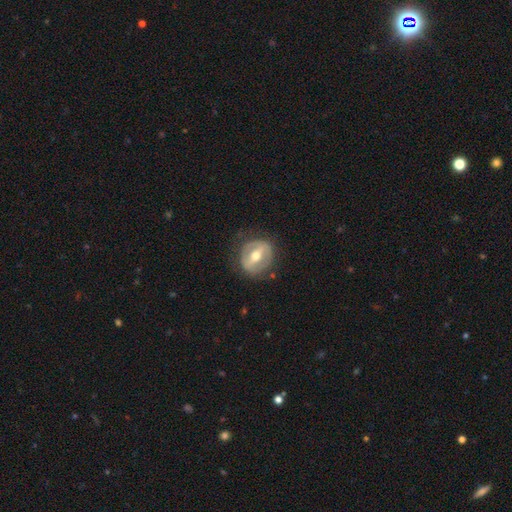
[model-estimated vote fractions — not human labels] Smooth or featured?
  - featured or disk: 67% *
  - smooth: 28%
  - star or artifact: 6%
Edge-on disk?
  - no: 91% *
  - yes: 9%
Bar?
  - strong: 60% *
  - weak: 27%
  - no: 14%
Spiral arms?
  - no: 72% *
  - yes: 28%
Bulge size?
  - moderate: 74% *
  - small: 14%
  - large: 10%
  - none: 1%
  - dominant: 1%
Merging?
  - none: 75% *
  - minor disturbance: 16%
  - major disturbance: 7%
  - merger: 1%